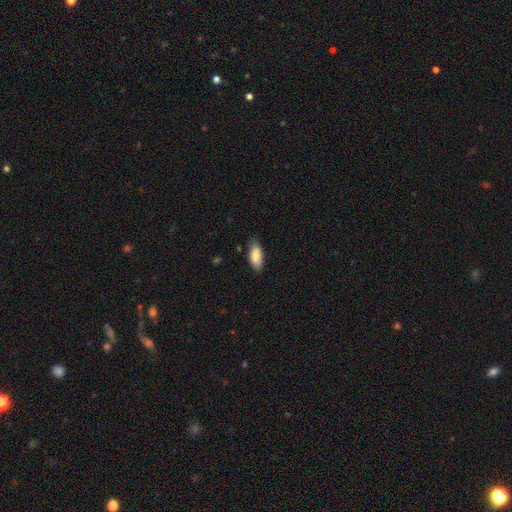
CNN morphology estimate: Smooth or featured: smooth — 85% (featured or disk — 8%)
How rounded: in between — 87% (cigar-shaped — 11%)
Merging: none — 75% (minor disturbance — 20%)